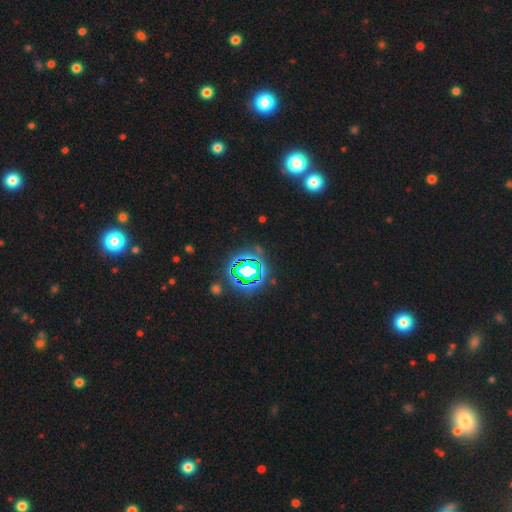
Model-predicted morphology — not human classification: This appears to be a star or artifact, not a galaxy (80%).